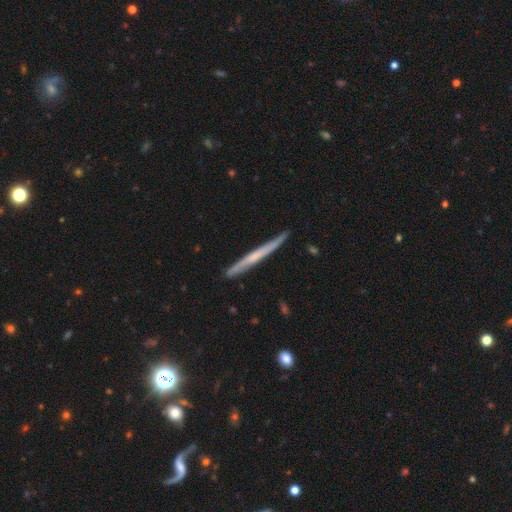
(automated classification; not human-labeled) featured or disk 58%, smooth 37%, star or artifact 6%. Down the decision tree: edge-on disk — yes (96%); edge-on bulge — none (72%); merging — none (88%).